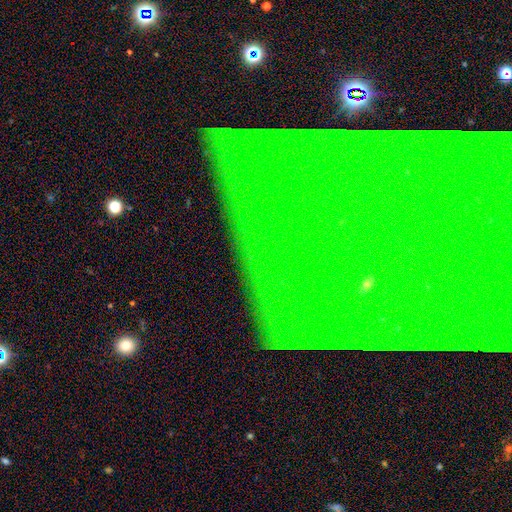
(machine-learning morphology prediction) type=star or artifact (80%).